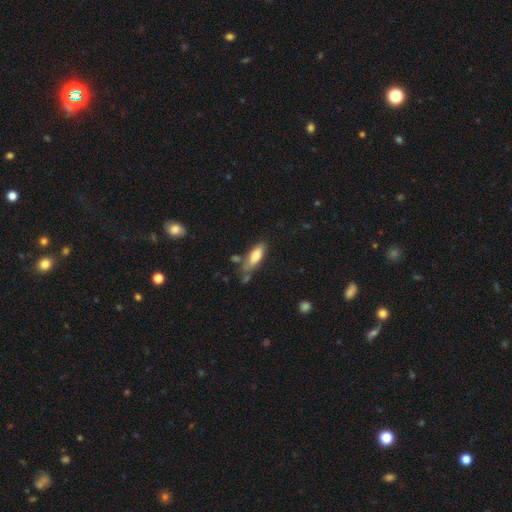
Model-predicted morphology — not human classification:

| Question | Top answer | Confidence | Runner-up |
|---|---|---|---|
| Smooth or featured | smooth | 75% | featured or disk (18%) |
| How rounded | in between | 61% | cigar-shaped (37%) |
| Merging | none | 56% | minor disturbance (26%) |